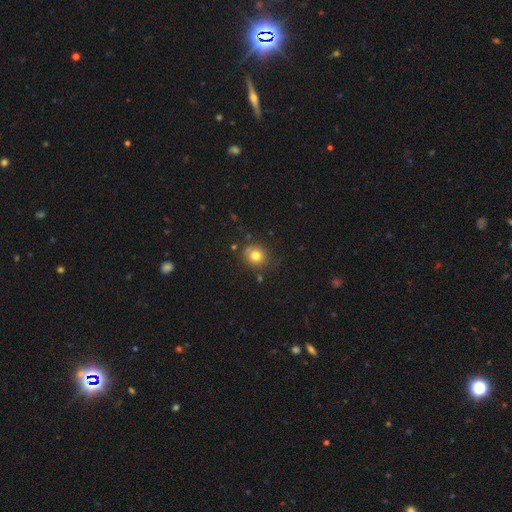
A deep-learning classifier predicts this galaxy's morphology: A smooth galaxy with no disk features (78%) that is round (82%).

Vote fractions:
- Smooth or featured? smooth: 78% / star or artifact: 12% / featured or disk: 10%
- How rounded? round: 82% / in between: 17% / cigar-shaped: 1%
- Merging? none: 76% / minor disturbance: 16% / major disturbance: 4% / merger: 4%